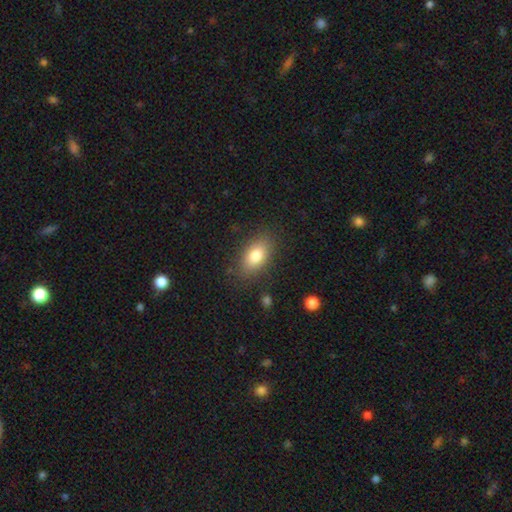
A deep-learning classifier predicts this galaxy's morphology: Q: Smooth or featured?
A: smooth (80%); runner-up: featured or disk (12%)
Q: How rounded?
A: in between (89%); runner-up: round (8%)
Q: Merging?
A: none (83%); runner-up: minor disturbance (12%)